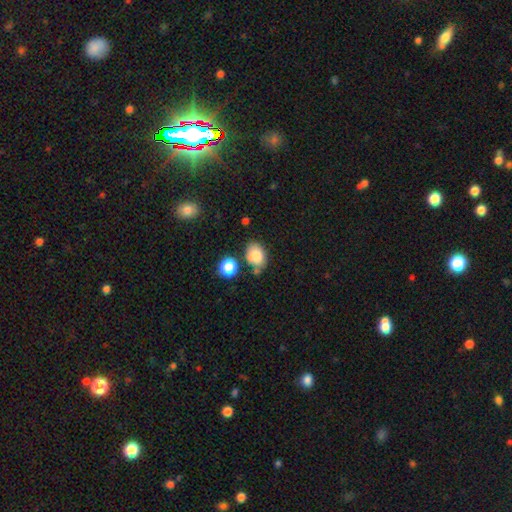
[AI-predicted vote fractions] A smooth galaxy with no disk features (84%) that is in between round and cigar-shaped (73%). Merging: none (60%).